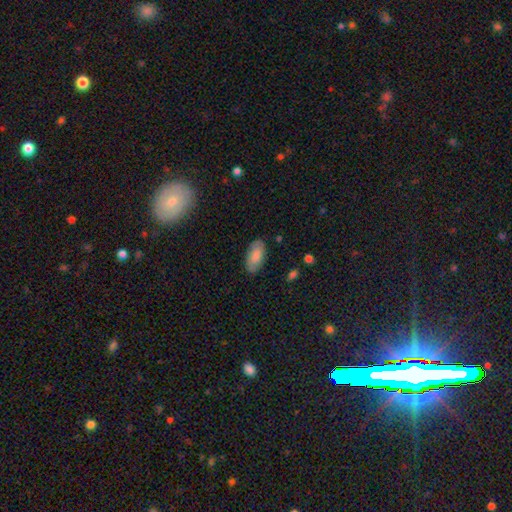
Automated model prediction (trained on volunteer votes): smooth_or_featured: smooth (p=0.79) [alt: featured or disk p=0.15]
how_rounded: in between (p=0.94) [alt: cigar-shaped p=0.04]
merging: none (p=0.84) [alt: minor disturbance p=0.12]